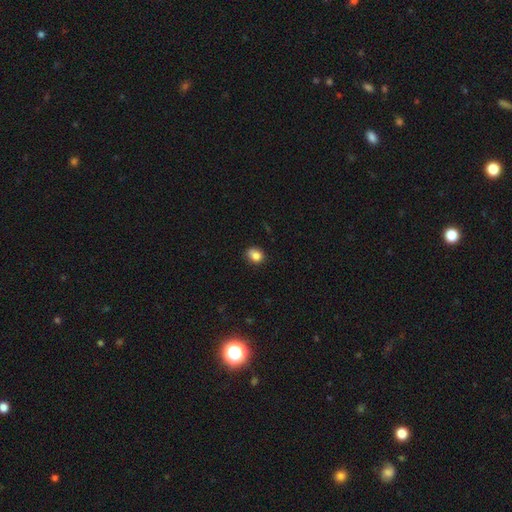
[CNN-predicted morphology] Smooth or featured: smooth — 83% (star or artifact — 10%)
How rounded: in between — 52% (round — 47%)
Merging: none — 77% (minor disturbance — 18%)